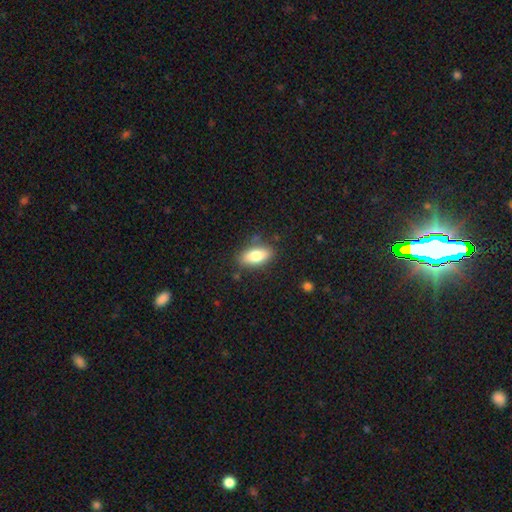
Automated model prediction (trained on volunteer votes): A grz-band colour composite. It shows a smooth galaxy with no disk features (80%) that is in between round and cigar-shaped (85%). Merging: none (82%).